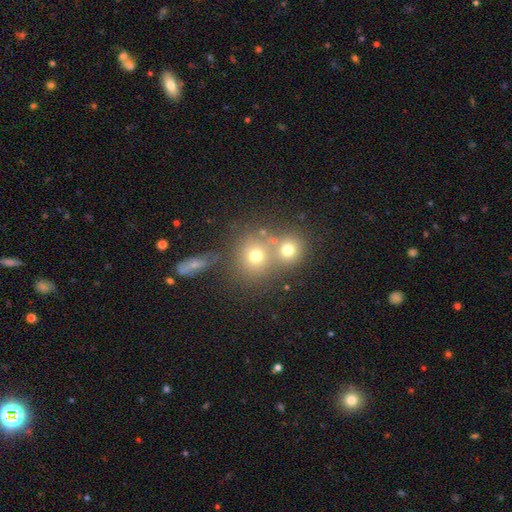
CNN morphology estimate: smooth 69%, star or artifact 17%, featured or disk 14%. Down the decision tree: how rounded — round (81%); merging — none (48%).